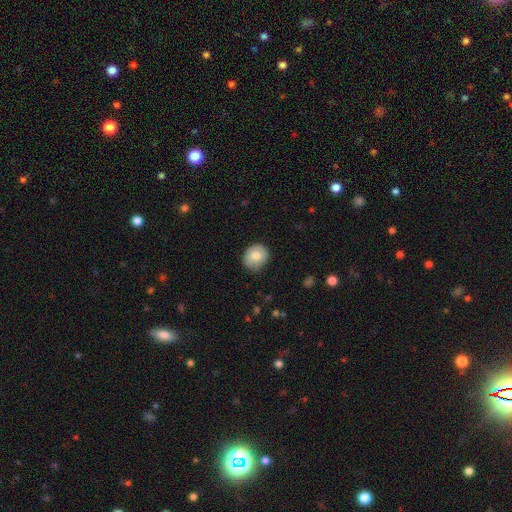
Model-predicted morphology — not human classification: Smooth or featured: smooth — 77% (featured or disk — 15%)
How rounded: round — 67% (in between — 32%)
Merging: none — 79% (minor disturbance — 17%)